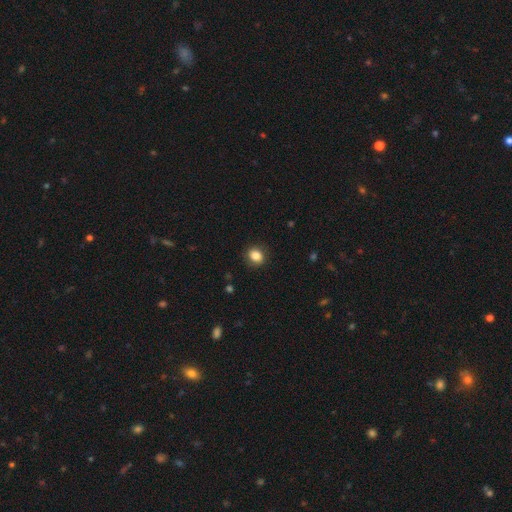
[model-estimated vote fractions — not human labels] smooth-or-featured: smooth: 86% | star or artifact: 10% | featured or disk: 5%
  how-rounded: round: 63% | in between: 36% | cigar-shaped: 1%
  merging: none: 88% | minor disturbance: 9% | major disturbance: 2% | merger: 1%